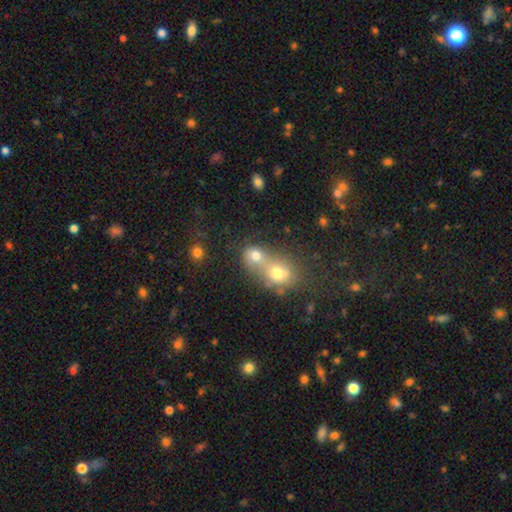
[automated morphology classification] A smooth galaxy with no disk features (71%) that is round (64%).

Vote fractions:
- Smooth or featured? smooth: 71% / featured or disk: 14% / star or artifact: 14%
- How rounded? round: 64% / in between: 35% / cigar-shaped: 1%
- Merging? merger: 70% / none: 21% / minor disturbance: 6% / major disturbance: 4%